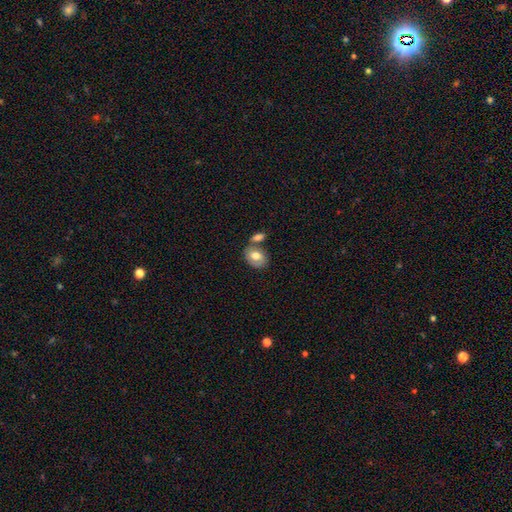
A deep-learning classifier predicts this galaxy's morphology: A smooth galaxy with no disk features (71%) that is in between round and cigar-shaped (74%). Merging: none (48%).